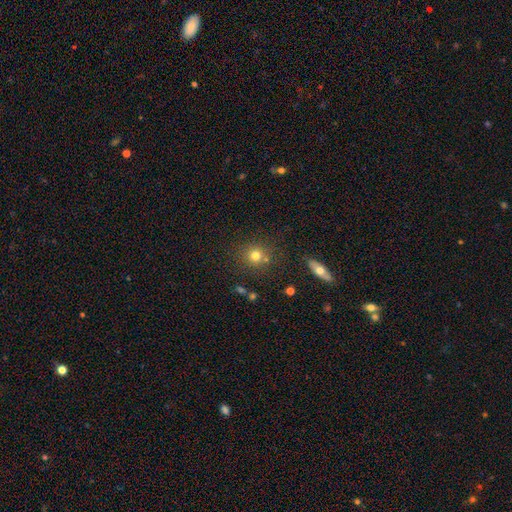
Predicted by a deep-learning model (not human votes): Morphology: type=smooth (76%); roundness=round (88%); merging=none (76%).